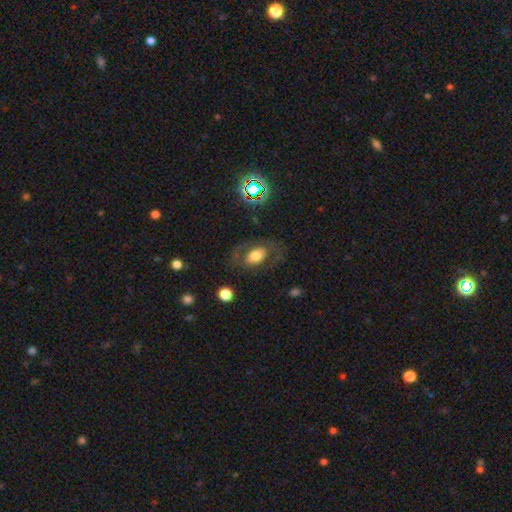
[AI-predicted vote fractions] smooth 55%, featured or disk 34%, star or artifact 11%. Down the decision tree: how rounded — in between (83%); merging — none (70%).